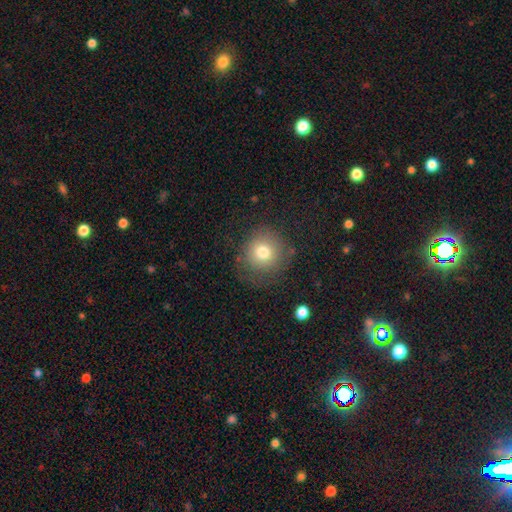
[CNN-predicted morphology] This is likely a smooth galaxy (69%). How rounded: clearly round (92%). Merging: clearly none (81%).